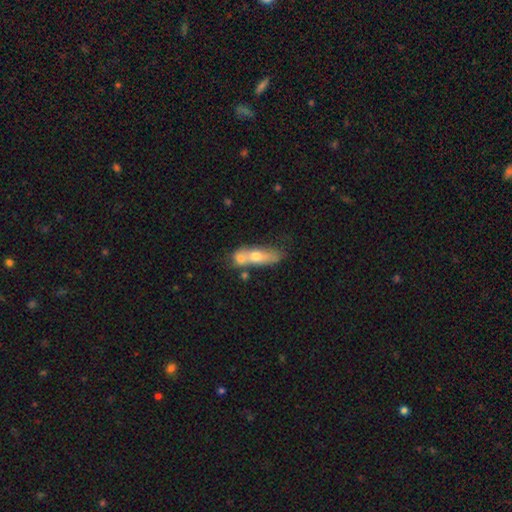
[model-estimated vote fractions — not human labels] Smooth or featured?
  - smooth: 58% *
  - featured or disk: 34%
  - star or artifact: 8%
How rounded?
  - in between: 51% *
  - cigar-shaped: 40%
  - round: 9%
Merging?
  - merger: 56% *
  - none: 25%
  - minor disturbance: 12%
  - major disturbance: 7%